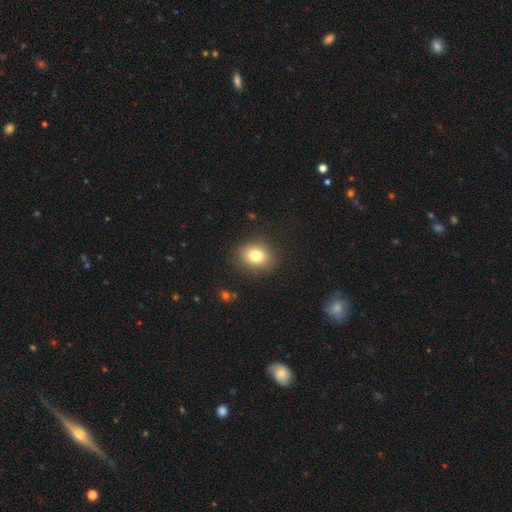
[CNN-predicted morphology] Smooth or featured: smooth — 79% (star or artifact — 11%)
How rounded: round — 58% (in between — 41%)
Merging: none — 86% (minor disturbance — 9%)